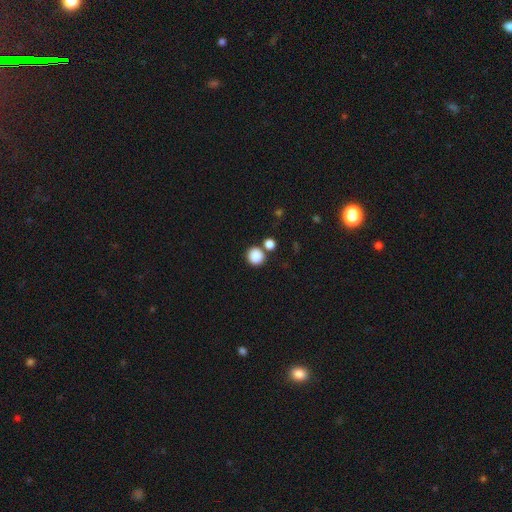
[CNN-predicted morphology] smooth-or-featured: smooth: 87% | star or artifact: 9% | featured or disk: 4%
  how-rounded: round: 91% | in between: 8% | cigar-shaped: 1%
  merging: none: 74% | merger: 14% | minor disturbance: 8% | major disturbance: 3%